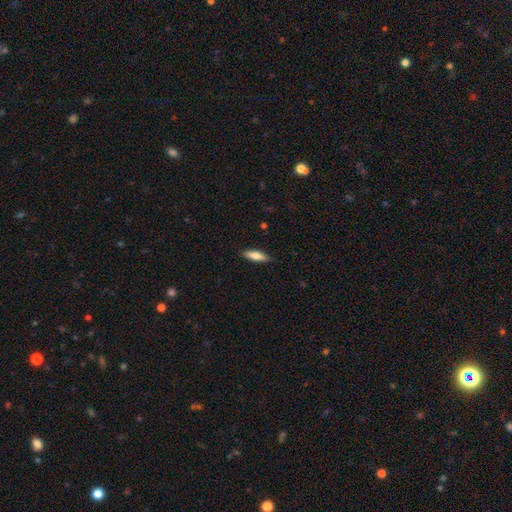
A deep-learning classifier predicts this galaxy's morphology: The model was most divided on "how rounded": cigar-shaped: 59%, in between: 39%, round: 2%. More confident: merging — none (87%); smooth or featured — smooth (78%).